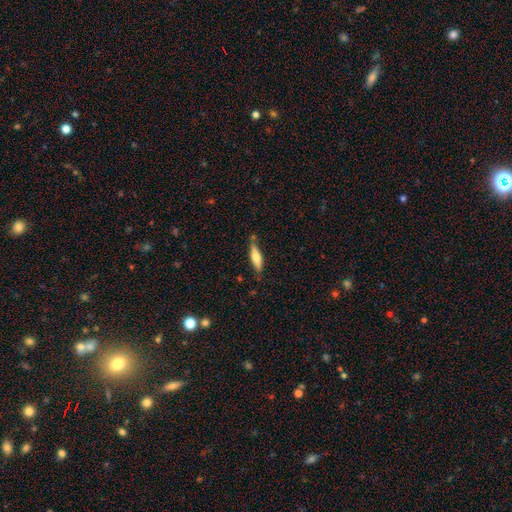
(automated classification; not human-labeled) A smooth galaxy with no disk features (64%) that is cigar-shaped (60%).

Vote fractions:
- Smooth or featured? smooth: 64% / featured or disk: 30% / star or artifact: 6%
- How rounded? cigar-shaped: 60% / in between: 38% / round: 2%
- Merging? none: 72% / minor disturbance: 19% / merger: 5% / major disturbance: 4%